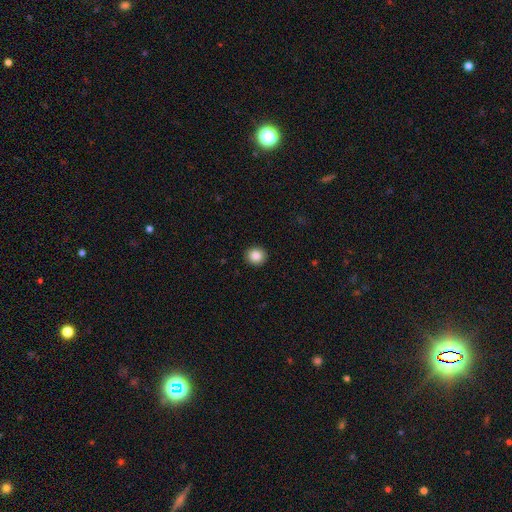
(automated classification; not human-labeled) Smooth or featured: smooth — 85% (star or artifact — 9%)
How rounded: round — 89% (in between — 10%)
Merging: none — 93% (minor disturbance — 5%)